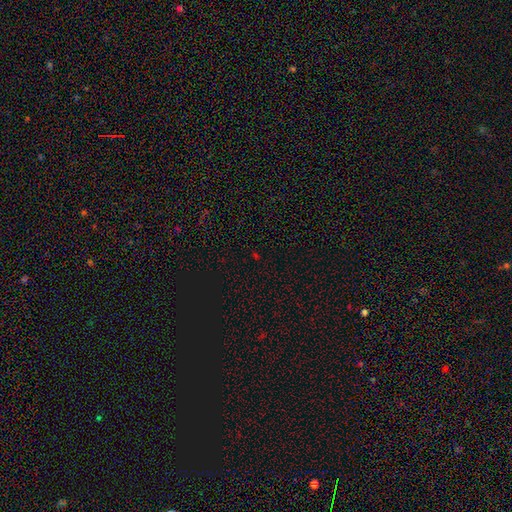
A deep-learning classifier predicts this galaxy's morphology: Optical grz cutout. It shows a star or artifact, not a galaxy (65%).